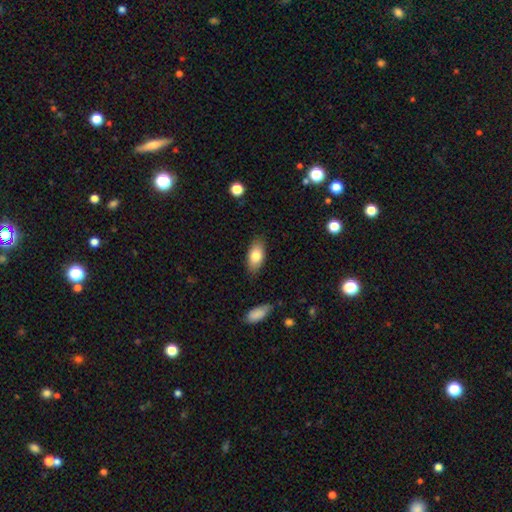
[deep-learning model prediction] smooth 80%, featured or disk 13%, star or artifact 7%. Down the decision tree: how rounded — in between (90%); merging — none (84%).